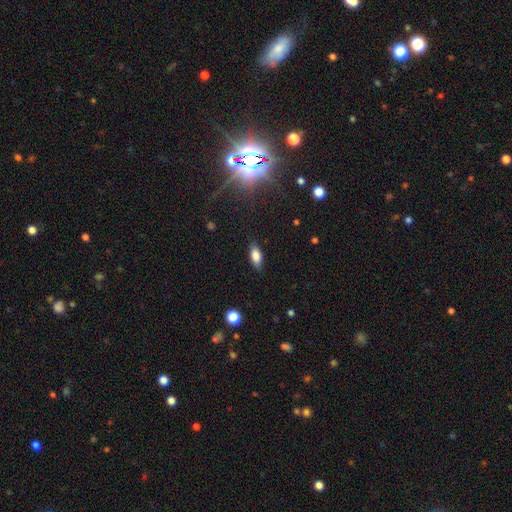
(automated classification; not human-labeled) This appears to be a smooth galaxy with no disk features (81%) that is in between round and cigar-shaped (84%). Merging: none (84%).